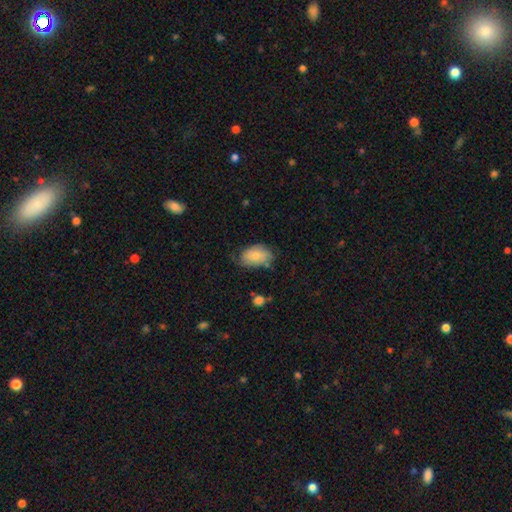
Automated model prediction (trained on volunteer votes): Morphology: type=smooth (77%); roundness=in between (91%); merging=none (59%).